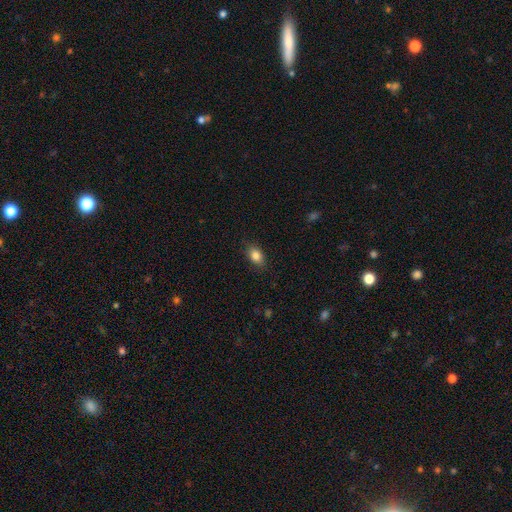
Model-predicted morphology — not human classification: smooth 84%, star or artifact 9%, featured or disk 7%. Down the decision tree: how rounded — in between (82%); merging — none (85%).